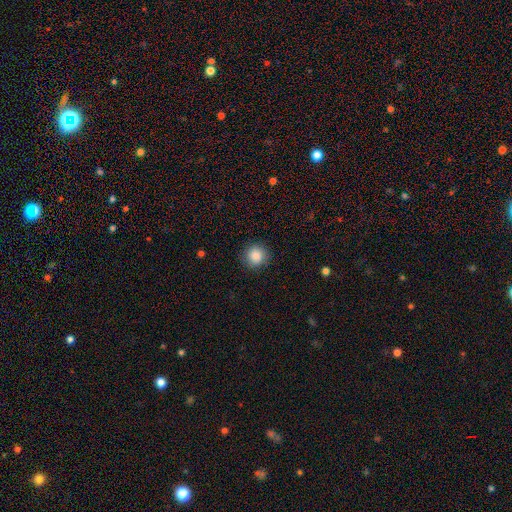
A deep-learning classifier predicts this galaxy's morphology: Smooth or featured?
  - smooth: 87% *
  - star or artifact: 9%
  - featured or disk: 4%
How rounded?
  - round: 91% *
  - in between: 8%
  - cigar-shaped: 1%
Merging?
  - none: 88% *
  - minor disturbance: 8%
  - major disturbance: 3%
  - merger: 1%